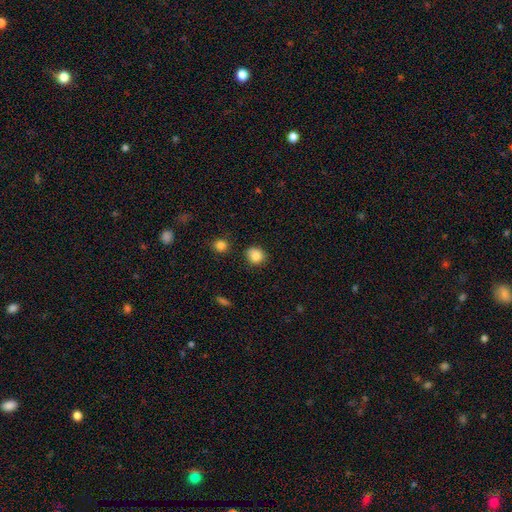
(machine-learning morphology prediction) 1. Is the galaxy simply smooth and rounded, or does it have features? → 85% smooth, 10% star or artifact, 5% featured or disk.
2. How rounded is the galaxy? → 77% round, 22% in between, 1% cigar-shaped.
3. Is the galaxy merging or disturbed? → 81% none, 13% minor disturbance, 3% merger, 3% major disturbance.